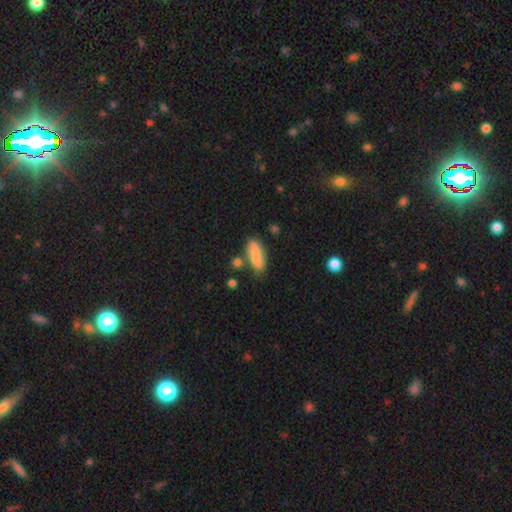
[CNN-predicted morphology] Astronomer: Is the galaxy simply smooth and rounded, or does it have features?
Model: smooth — 65%.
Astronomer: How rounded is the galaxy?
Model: in between — 72%.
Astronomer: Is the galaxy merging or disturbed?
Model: none — 65%.